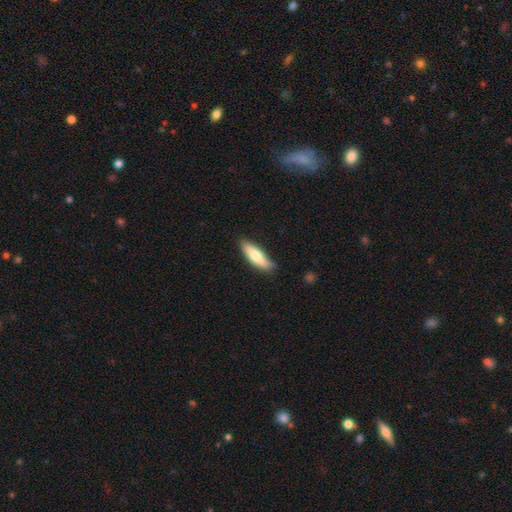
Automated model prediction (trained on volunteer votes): Morphology: type=smooth (72%); roundness=cigar-shaped (50%); merging=none (74%).